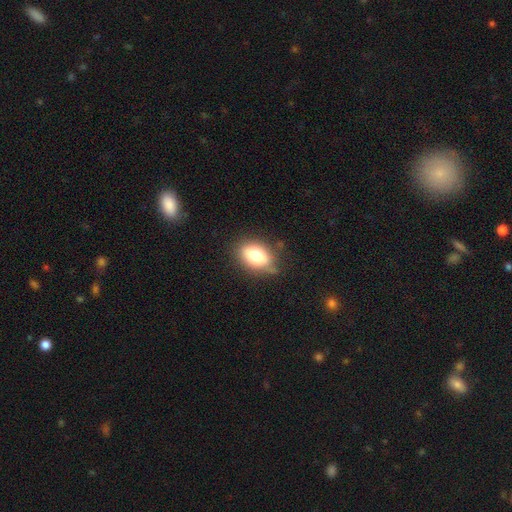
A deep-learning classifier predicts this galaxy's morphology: Overall: smooth (76%). How rounded: in between (81%). Merging: none (70%).